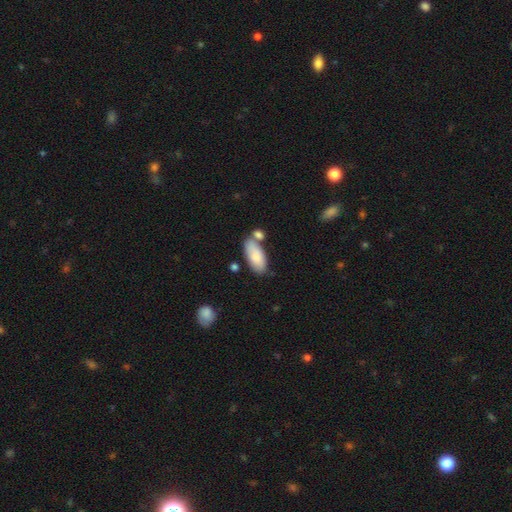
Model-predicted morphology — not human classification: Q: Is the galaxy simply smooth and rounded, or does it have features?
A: smooth — 83%.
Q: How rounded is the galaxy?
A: in between — 89%.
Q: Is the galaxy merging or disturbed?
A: none — 59%.